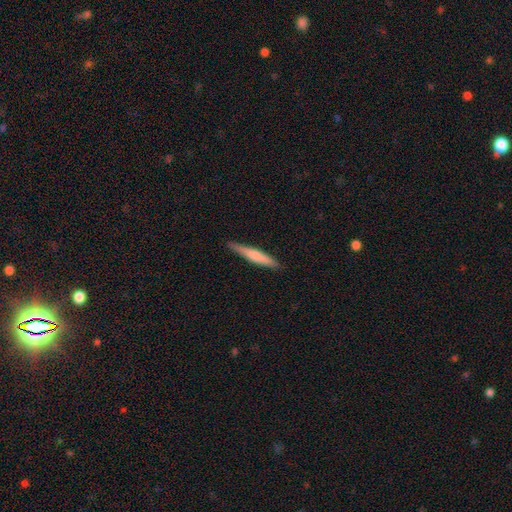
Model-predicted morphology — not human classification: This is likely a smooth galaxy (60%). How rounded: clearly cigar-shaped (94%). Merging: clearly none (88%).